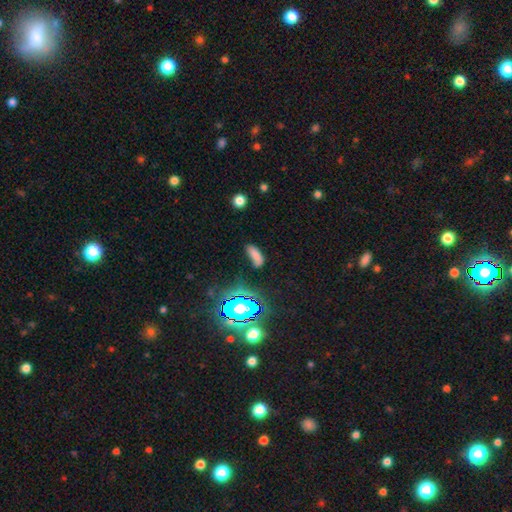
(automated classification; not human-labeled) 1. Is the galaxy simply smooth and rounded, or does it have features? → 72% smooth, 19% star or artifact, 9% featured or disk.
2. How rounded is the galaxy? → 68% in between, 28% cigar-shaped, 4% round.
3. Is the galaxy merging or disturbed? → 68% none, 20% minor disturbance, 7% major disturbance, 4% merger.